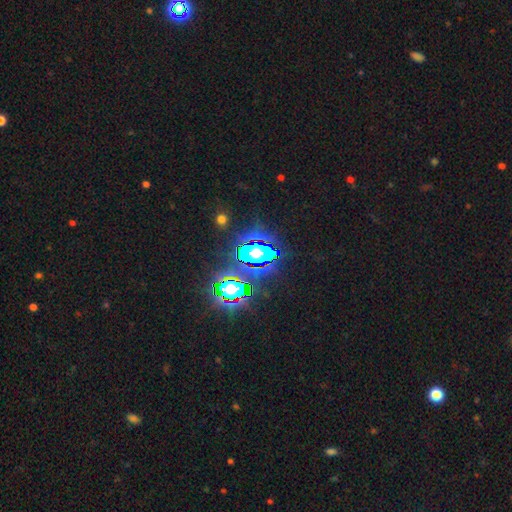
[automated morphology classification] This is clearly a star or artifact rather than a galaxy (83%).